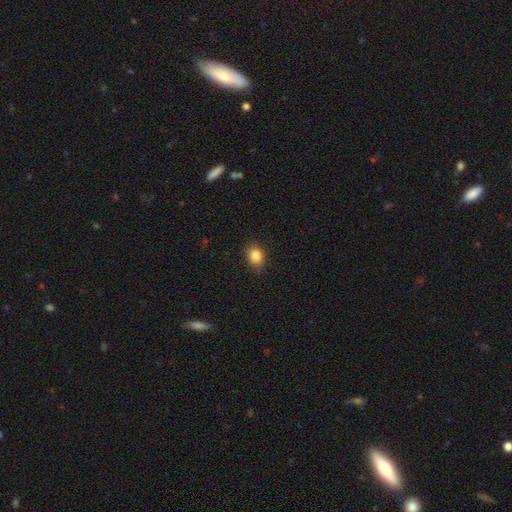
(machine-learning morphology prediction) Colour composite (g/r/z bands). It shows a smooth galaxy with no disk features (85%) that is round (52%). Merging: none (84%).